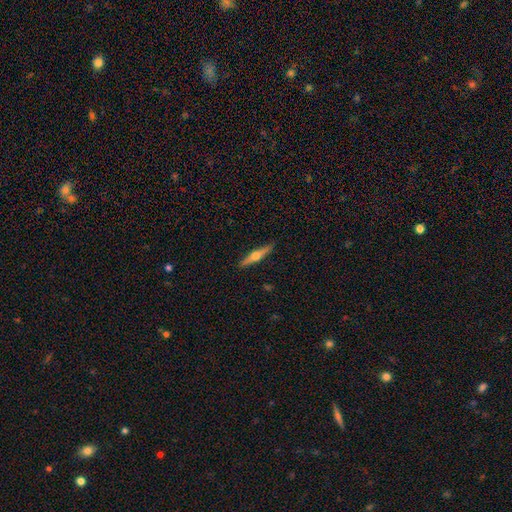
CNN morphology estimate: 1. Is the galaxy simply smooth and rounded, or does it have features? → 66% featured or disk, 29% smooth, 6% star or artifact.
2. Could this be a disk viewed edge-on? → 97% yes, 3% no.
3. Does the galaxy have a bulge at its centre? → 94% rounded, 4% boxy, 3% none.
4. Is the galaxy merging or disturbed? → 91% none, 7% minor disturbance, 1% major disturbance, 1% merger.